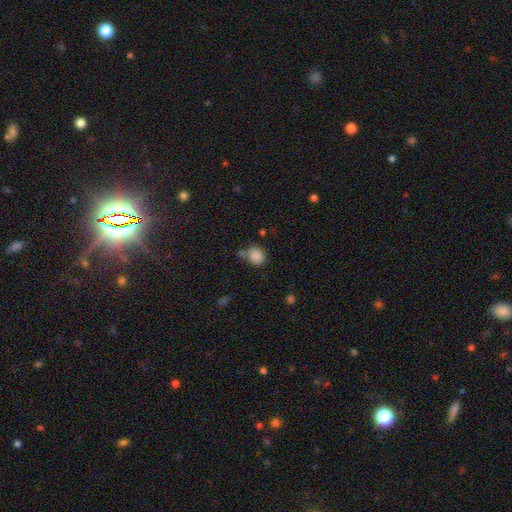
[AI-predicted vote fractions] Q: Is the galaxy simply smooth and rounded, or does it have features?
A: smooth — 86%.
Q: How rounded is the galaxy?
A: round — 68%.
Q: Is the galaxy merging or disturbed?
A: none — 65%.